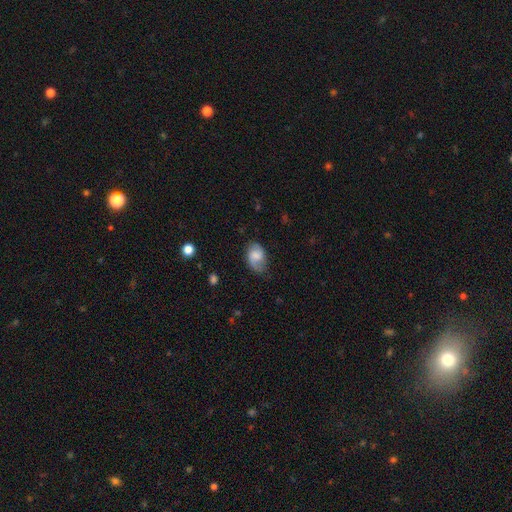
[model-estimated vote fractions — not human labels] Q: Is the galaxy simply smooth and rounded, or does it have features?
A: smooth — 54%.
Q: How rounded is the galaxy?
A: in between — 81%.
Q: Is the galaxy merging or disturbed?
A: none — 62%.